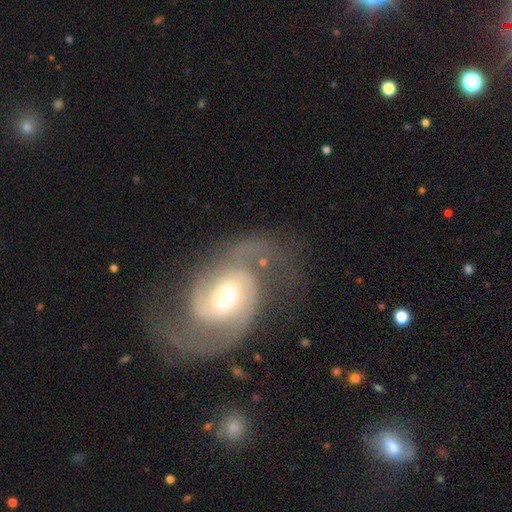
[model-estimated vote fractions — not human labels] smooth-or-featured: featured or disk: 91% | star or artifact: 5% | smooth: 4%
  disk-edge-on: no: 98% | yes: 2%
    bar: weak: 50% | no: 30% | strong: 20%
    has-spiral-arms: yes: 98% | no: 2%
      spiral-winding: medium: 55% | tight: 33% | loose: 12%
      spiral-arm-count: 2: 91% | can't tell: 3% | 3: 2% | 1: 1% | 4: 1% | more than 4: 1%
    bulge-size: moderate: 53% | large: 23% | small: 19% | none: 3% | dominant: 2%
  merging: none: 78% | minor disturbance: 14% | major disturbance: 7% | merger: 2%